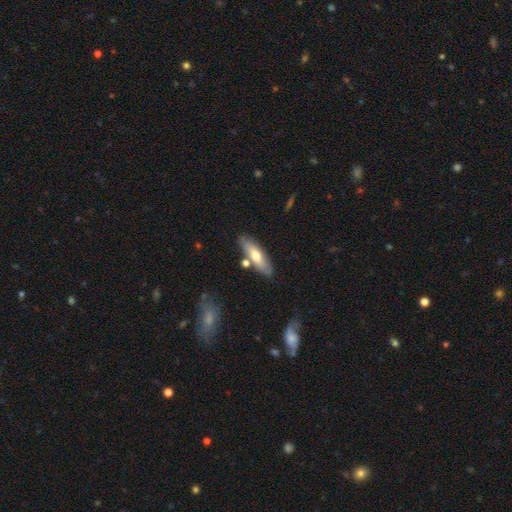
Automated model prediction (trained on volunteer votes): Morphology: type=smooth (58%); roundness=cigar-shaped (50%); merging=none (73%).